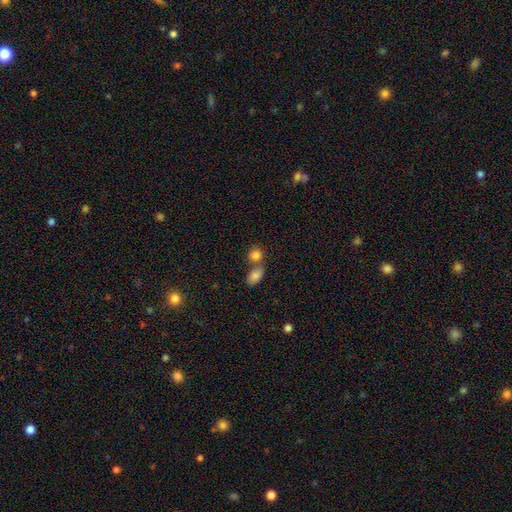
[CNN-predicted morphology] smooth-or-featured: smooth: 84% | star or artifact: 9% | featured or disk: 7%
  how-rounded: round: 64% | in between: 35% | cigar-shaped: 2%
  merging: merger: 48% | none: 41% | minor disturbance: 8% | major disturbance: 3%